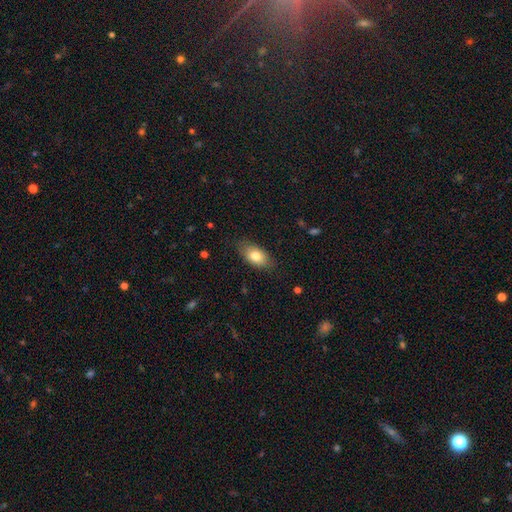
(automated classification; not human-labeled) Smooth or featured?
  - smooth: 78% *
  - featured or disk: 14%
  - star or artifact: 7%
How rounded?
  - in between: 90% *
  - round: 7%
  - cigar-shaped: 3%
Merging?
  - none: 79% *
  - minor disturbance: 16%
  - major disturbance: 3%
  - merger: 1%